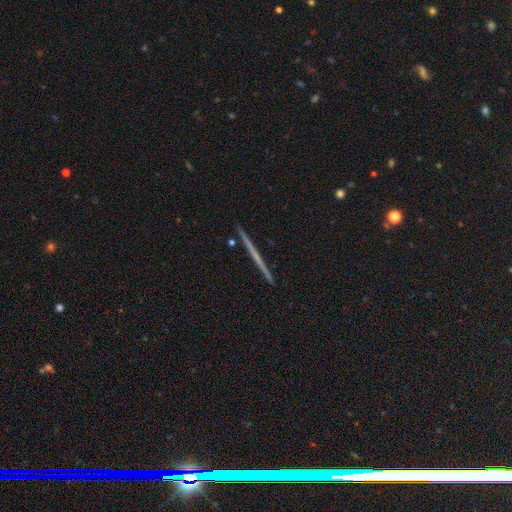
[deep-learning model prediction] featured or disk 62%, smooth 31%, star or artifact 7%. Down the decision tree: edge-on disk — yes (98%); edge-on bulge — none (88%); merging — none (93%).